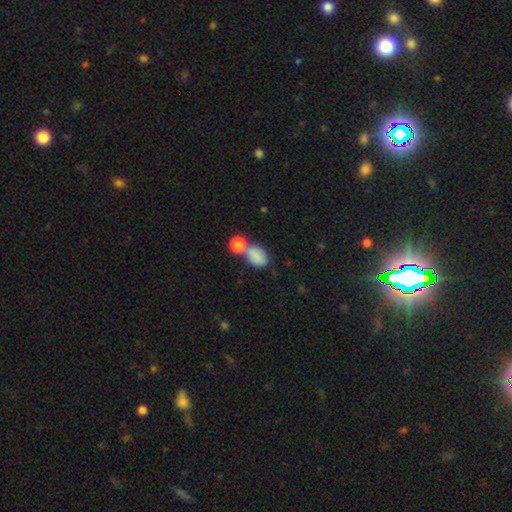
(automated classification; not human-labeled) This appears to be a smooth galaxy with no disk features (82%) that is in between round and cigar-shaped (75%). Merging: merger (46%).